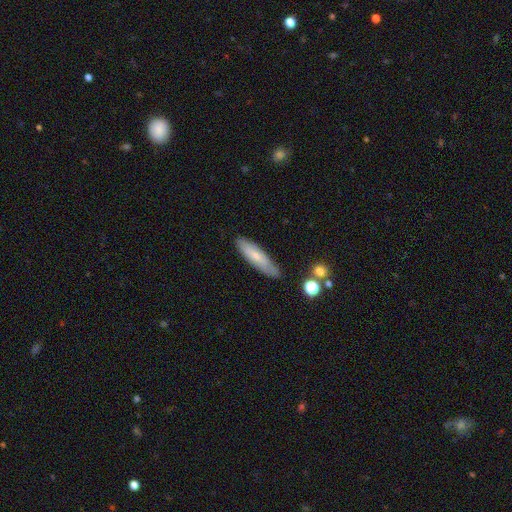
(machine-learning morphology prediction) Q: Smooth or featured?
A: smooth (63%); runner-up: featured or disk (30%)
Q: How rounded?
A: cigar-shaped (69%); runner-up: in between (30%)
Q: Merging?
A: none (80%); runner-up: minor disturbance (15%)